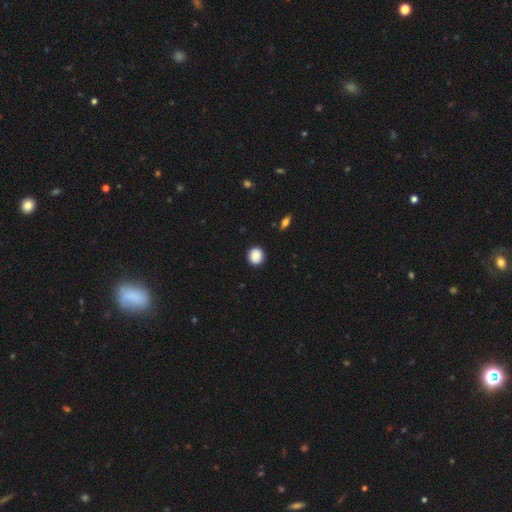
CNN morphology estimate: Q: Smooth or featured?
A: smooth (88%); runner-up: star or artifact (8%)
Q: How rounded?
A: round (88%); runner-up: in between (11%)
Q: Merging?
A: none (91%); runner-up: minor disturbance (6%)